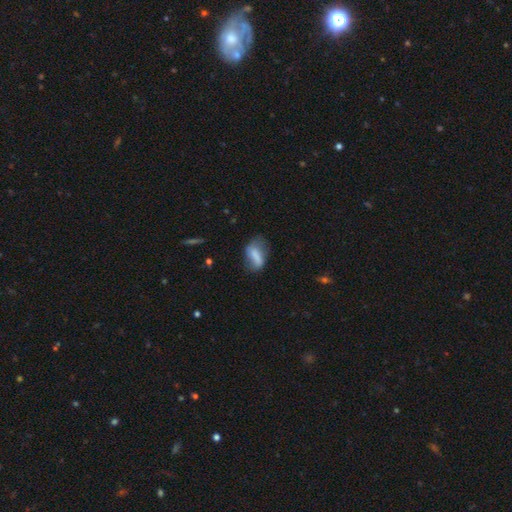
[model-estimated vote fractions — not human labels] smooth 68%, featured or disk 23%, star or artifact 9%. Down the decision tree: how rounded — in between (83%); merging — none (46%).